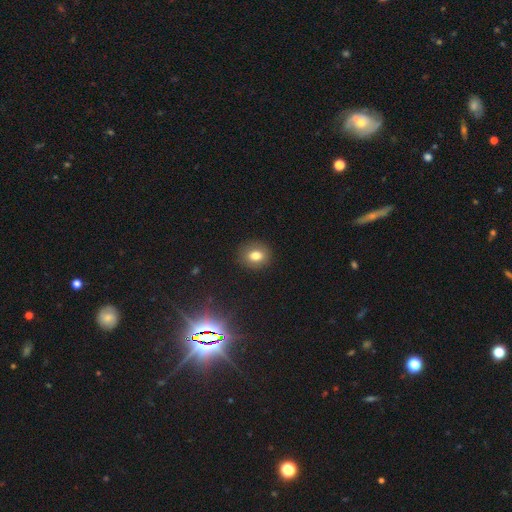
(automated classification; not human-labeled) This is likely a smooth galaxy (78%). How rounded: possibly round (60%). Merging: clearly none (88%).